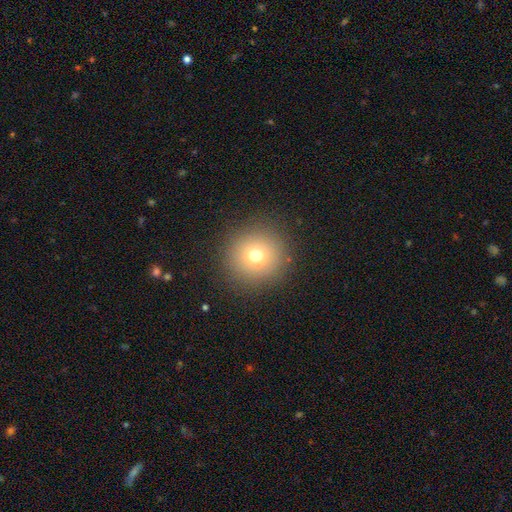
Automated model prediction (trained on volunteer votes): The model was most divided on "smooth or featured": smooth: 70%, star or artifact: 17%, featured or disk: 13%. More confident: how rounded — round (95%); merging — none (89%).